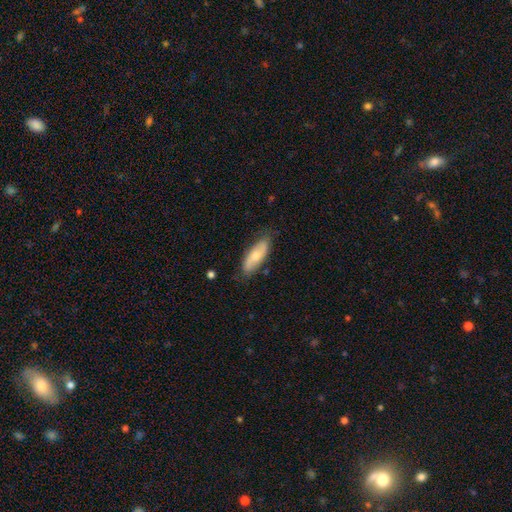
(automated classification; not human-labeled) This appears to be a smooth galaxy with no disk features (60%) that is in between round and cigar-shaped (70%). Merging: none (77%).